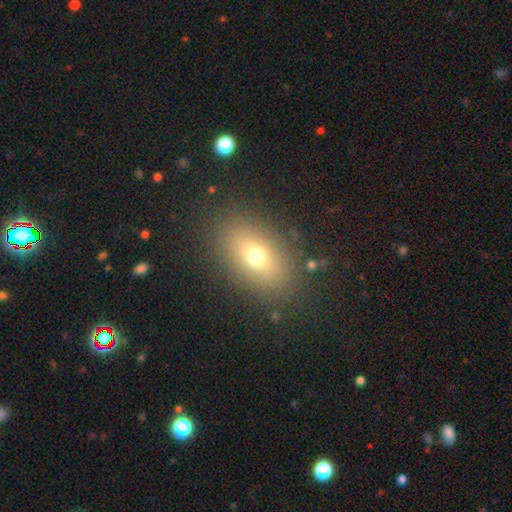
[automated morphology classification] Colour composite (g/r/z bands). It shows a smooth galaxy with no disk features (69%) that is in between round and cigar-shaped (81%). Merging: none (85%).